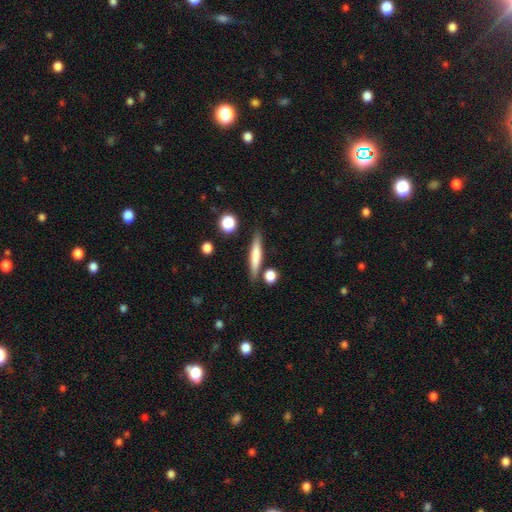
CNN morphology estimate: smooth-or-featured: smooth: 65% | featured or disk: 29% | star or artifact: 6%
  how-rounded: cigar-shaped: 90% | in between: 8% | round: 2%
  merging: none: 81% | minor disturbance: 10% | merger: 6% | major disturbance: 3%